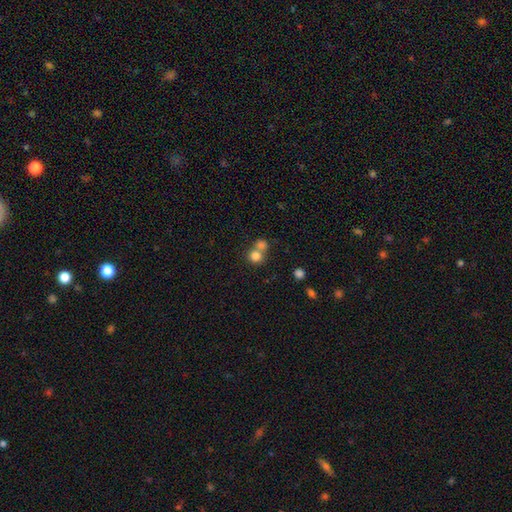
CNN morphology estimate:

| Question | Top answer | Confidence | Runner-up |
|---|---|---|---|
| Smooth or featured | smooth | 78% | star or artifact (12%) |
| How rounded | round | 86% | in between (13%) |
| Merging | merger | 52% | none (39%) |